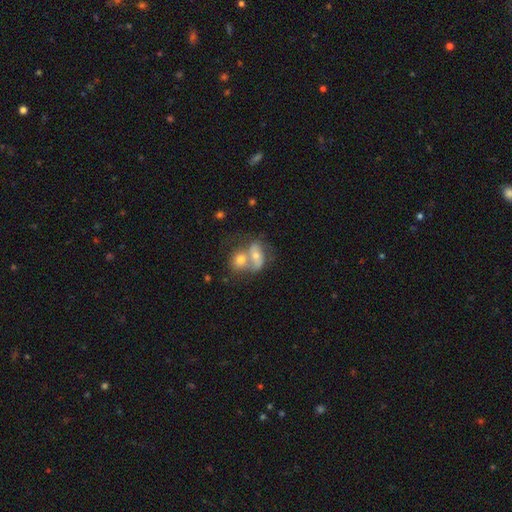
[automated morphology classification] This is possibly a featured or disk galaxy (47%). Merging: likely merger (69%).